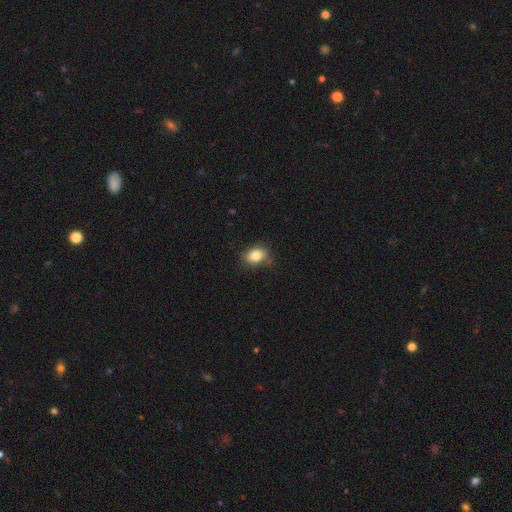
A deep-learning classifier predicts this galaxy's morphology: A smooth galaxy with no disk features (84%) that is in between round and cigar-shaped (71%). Merging: none (77%).